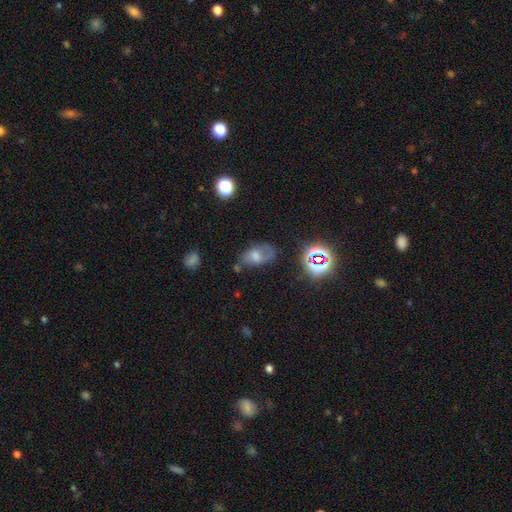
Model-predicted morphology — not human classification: This is marginally a smooth galaxy (45%). Merging: possibly none (54%).